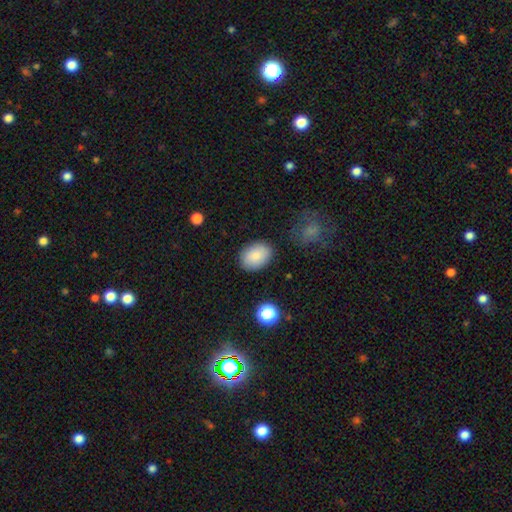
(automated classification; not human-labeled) smooth-or-featured: smooth: 85% | star or artifact: 8% | featured or disk: 8%
  how-rounded: in between: 77% | round: 22% | cigar-shaped: 1%
  merging: none: 85% | minor disturbance: 10% | major disturbance: 3% | merger: 2%